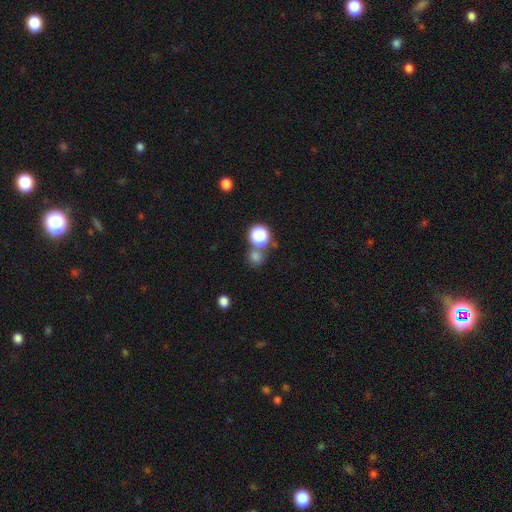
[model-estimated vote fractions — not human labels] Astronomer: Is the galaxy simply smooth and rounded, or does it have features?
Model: smooth — 72%.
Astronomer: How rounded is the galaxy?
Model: round — 85%.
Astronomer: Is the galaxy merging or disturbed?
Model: none — 65%.